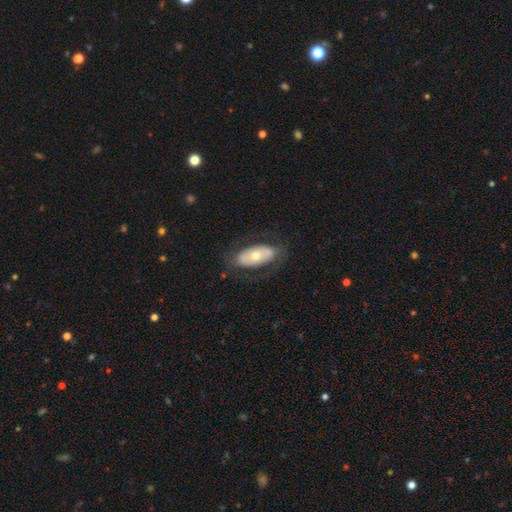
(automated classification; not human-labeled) Smooth or featured?
  - smooth: 51% *
  - featured or disk: 43%
  - star or artifact: 6%
How rounded?
  - in between: 91% *
  - cigar-shaped: 6%
  - round: 3%
Merging?
  - none: 74% *
  - minor disturbance: 16%
  - major disturbance: 9%
  - merger: 1%